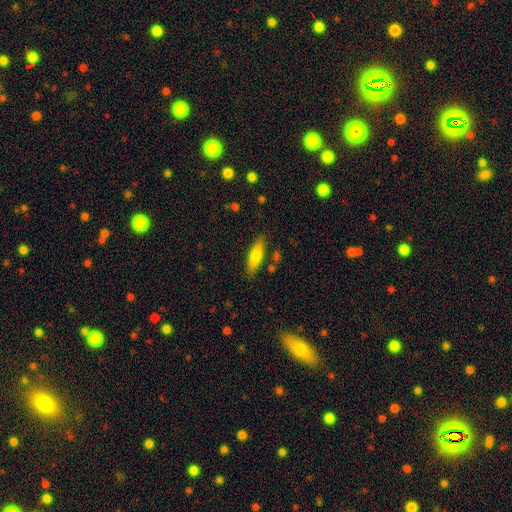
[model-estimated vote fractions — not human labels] This appears to be a smooth galaxy with no disk features (74%) that is cigar-shaped (57%). Merging: none (83%).